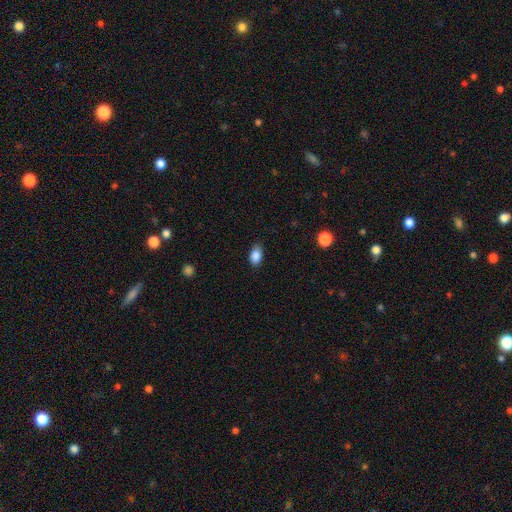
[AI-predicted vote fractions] This is clearly a smooth galaxy (87%). How rounded: clearly in between (85%). Merging: likely none (77%).